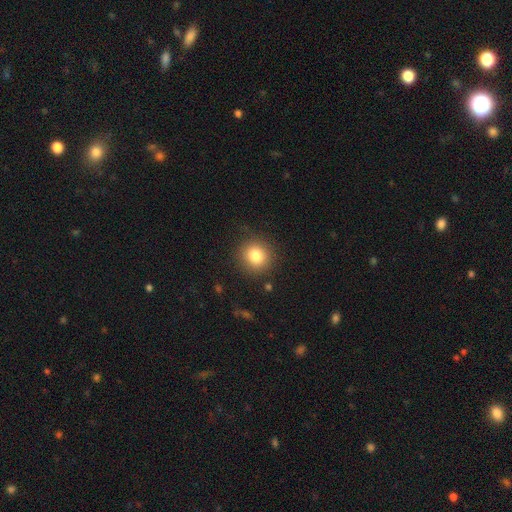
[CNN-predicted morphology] Smooth or featured? Predicted: smooth (p=0.82). How rounded? Predicted: round (p=0.90). Merging? Predicted: none (p=0.88).